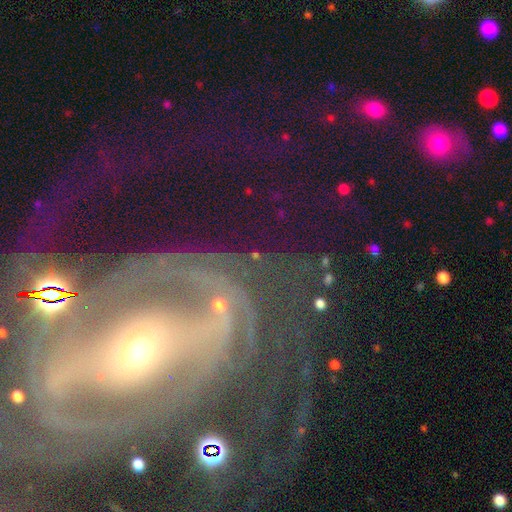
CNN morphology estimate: This appears to be a featured or disk galaxy (46%). Merging: none (72%).